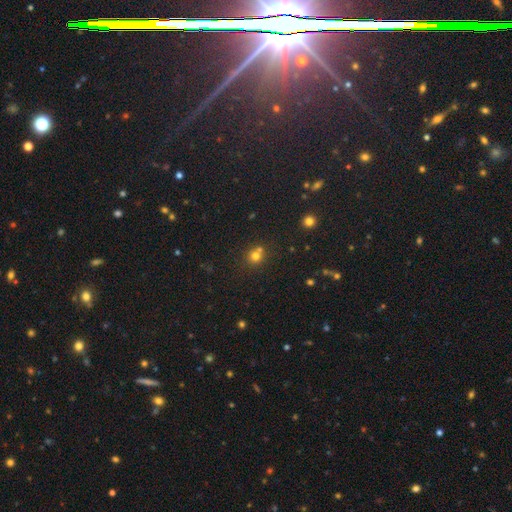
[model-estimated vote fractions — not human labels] smooth-or-featured: smooth: 73% | star or artifact: 18% | featured or disk: 9%
  how-rounded: round: 86% | in between: 13% | cigar-shaped: 1%
  merging: none: 58% | merger: 32% | minor disturbance: 8% | major disturbance: 3%